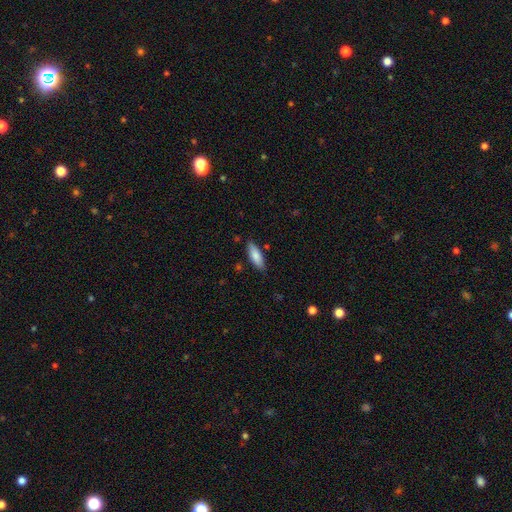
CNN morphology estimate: Smooth or featured: smooth — 82% (featured or disk — 12%)
How rounded: in between — 64% (cigar-shaped — 34%)
Merging: none — 83% (minor disturbance — 13%)